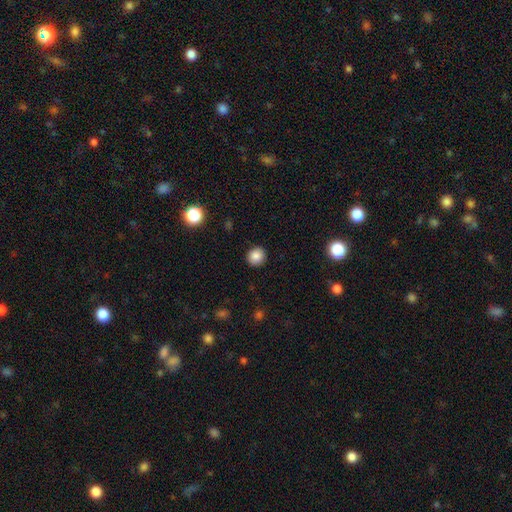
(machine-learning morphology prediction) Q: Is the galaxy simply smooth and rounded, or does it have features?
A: smooth — 86%.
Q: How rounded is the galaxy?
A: round — 89%.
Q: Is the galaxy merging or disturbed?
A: none — 91%.